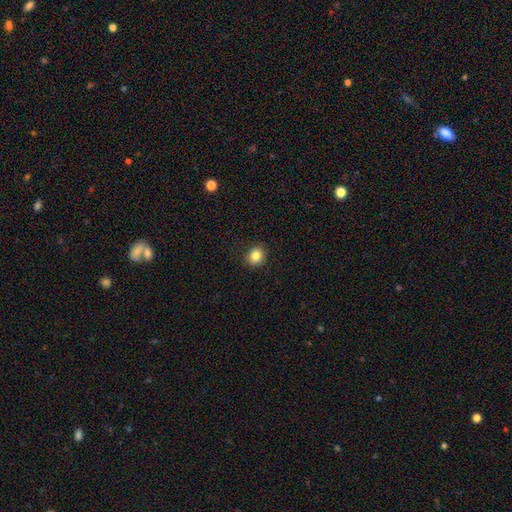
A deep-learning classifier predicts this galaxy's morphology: smooth_or_featured: smooth (p=0.85) [alt: star or artifact p=0.10]
how_rounded: round (p=0.79) [alt: in between p=0.21]
merging: none (p=0.90) [alt: minor disturbance p=0.07]